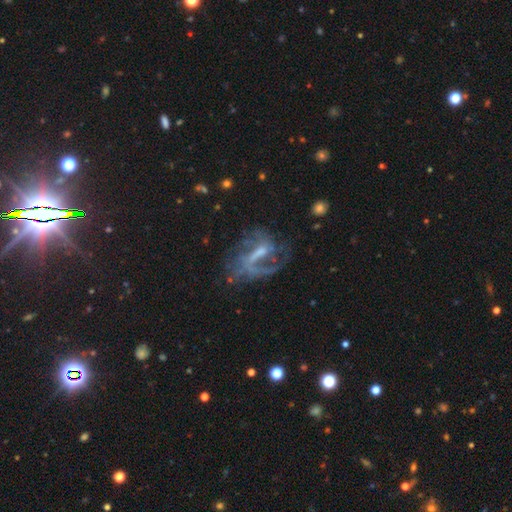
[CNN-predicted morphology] A featured or disk galaxy (77%) with a weak bar (47%), 2 (37%) loose (44%) spiral arms (82%) and a small central bulge (39%).

Vote fractions:
- Smooth or featured? featured or disk: 77% / smooth: 12% / star or artifact: 11%
- Edge-on disk? no: 95% / yes: 5%
- Bar? weak: 47% / strong: 30% / no: 23%
- Spiral arms? yes: 82% / no: 18%
- Spiral winding? loose: 44% / medium: 39% / tight: 17%
- Spiral arm count? 2: 37% / 1: 32% / can't tell: 19% / 3: 7% / 4: 3% / more than 4: 3%
- Bulge size? small: 39% / moderate: 28% / none: 28% / large: 3% / dominant: 1%
- Merging? none: 47% / major disturbance: 31% / minor disturbance: 18% / merger: 4%